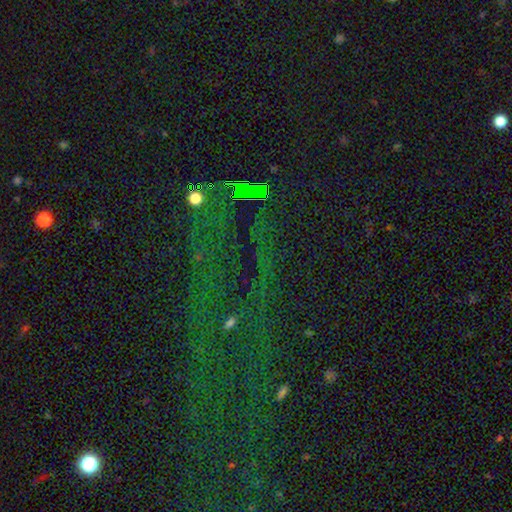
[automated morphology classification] Smooth or featured? Predicted: star or artifact (p=0.82).